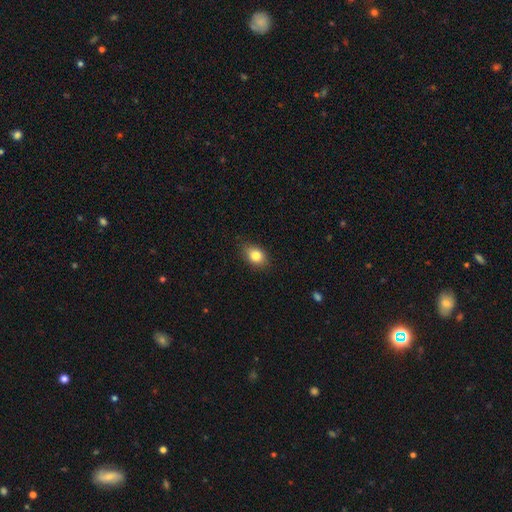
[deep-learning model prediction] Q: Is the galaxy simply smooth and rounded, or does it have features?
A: smooth — 82%.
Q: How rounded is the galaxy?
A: in between — 67%.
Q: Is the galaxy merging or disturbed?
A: none — 81%.